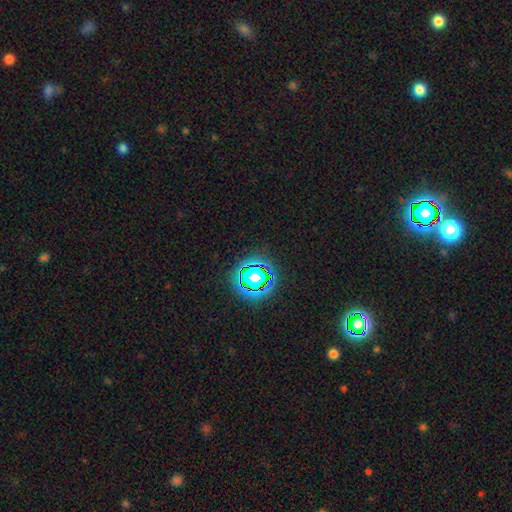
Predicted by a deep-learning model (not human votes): Smooth or featured?
  - star or artifact: 79% *
  - smooth: 13%
  - featured or disk: 7%